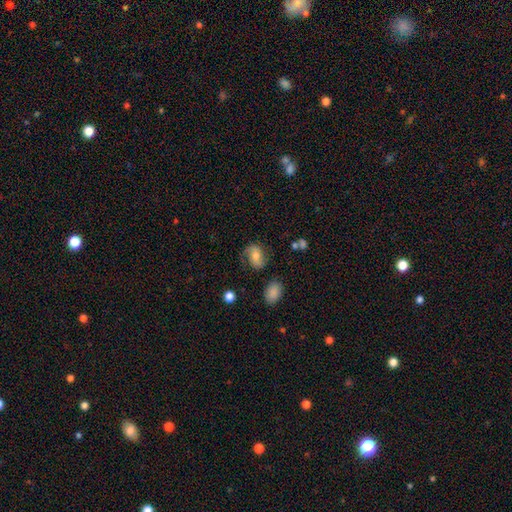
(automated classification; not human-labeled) Overall: featured or disk (52%; smooth 39%). Edge-on disk: no (96%). Bar: no (48%; weak 35%). Spiral arms: yes (87%). Bulge size: moderate (61%; small 26%). Merging: none (67%).